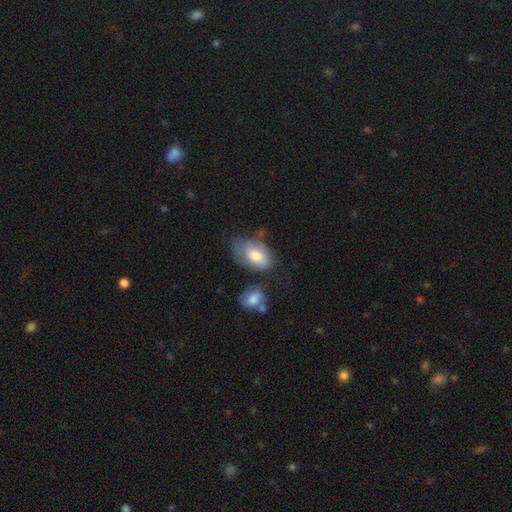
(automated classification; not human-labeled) Overall: smooth (67%). How rounded: in between (90%). Merging: none (36%; minor disturbance 34%).